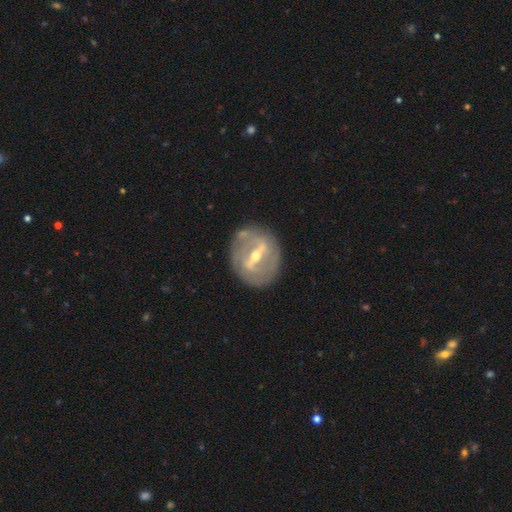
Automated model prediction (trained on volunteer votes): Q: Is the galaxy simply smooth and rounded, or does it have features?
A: featured or disk — 83%.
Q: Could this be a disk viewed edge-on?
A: no — 90%.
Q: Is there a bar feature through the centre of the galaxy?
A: strong — 70%.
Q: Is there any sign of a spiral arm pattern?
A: yes — 58%.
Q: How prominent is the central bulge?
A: moderate — 55%.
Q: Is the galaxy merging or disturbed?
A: none — 80%.